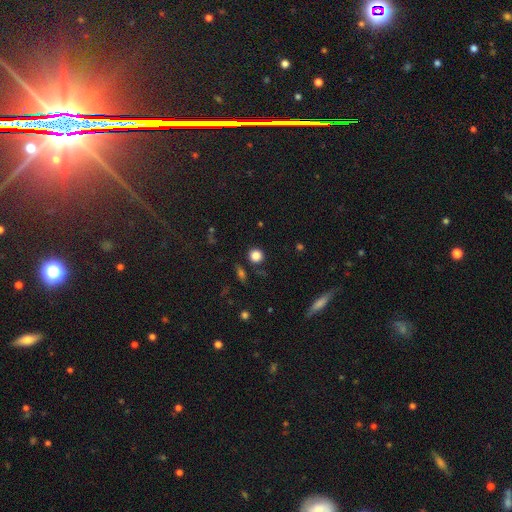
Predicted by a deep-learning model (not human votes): Smooth or featured? smooth (83%)
How rounded? round (91%)
Merging? none (85%)